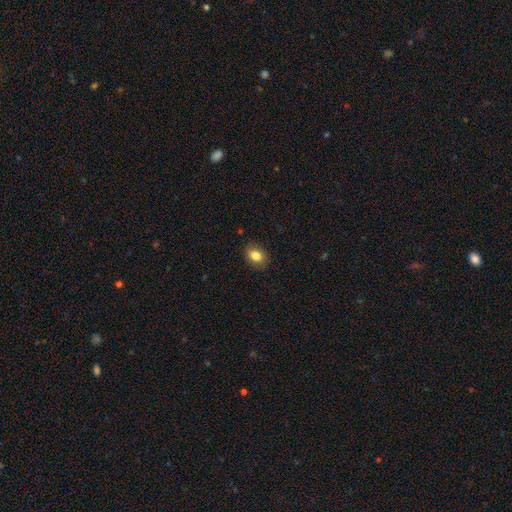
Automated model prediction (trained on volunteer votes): Q: Smooth or featured?
A: smooth (82%); runner-up: featured or disk (10%)
Q: How rounded?
A: in between (67%); runner-up: round (32%)
Q: Merging?
A: none (85%); runner-up: minor disturbance (12%)